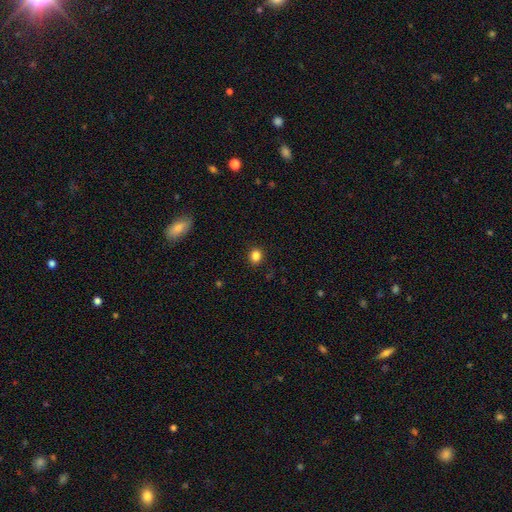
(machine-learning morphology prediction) type=smooth (85%); roundness=round (73%); merging=none (90%).